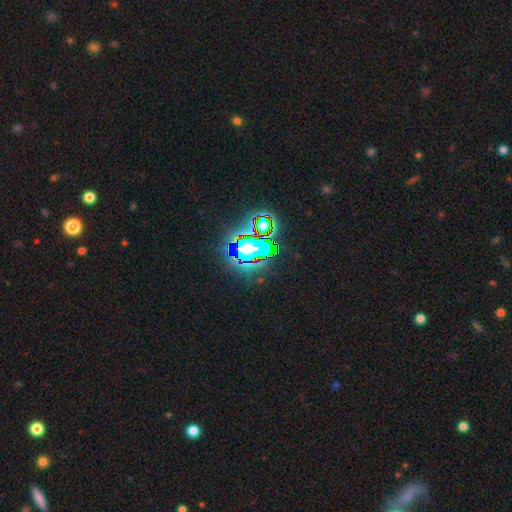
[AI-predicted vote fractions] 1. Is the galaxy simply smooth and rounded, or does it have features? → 79% star or artifact, 11% smooth, 10% featured or disk.